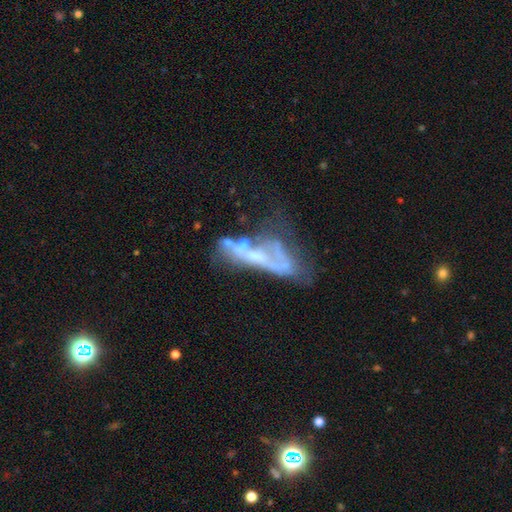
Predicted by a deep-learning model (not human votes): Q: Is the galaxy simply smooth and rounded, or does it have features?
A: featured or disk — 67%.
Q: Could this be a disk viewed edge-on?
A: no — 83%.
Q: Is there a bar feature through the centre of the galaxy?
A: no — 73%.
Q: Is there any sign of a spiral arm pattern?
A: no — 73%.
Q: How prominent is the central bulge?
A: none — 41%.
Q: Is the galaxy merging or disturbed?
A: major disturbance — 32%.